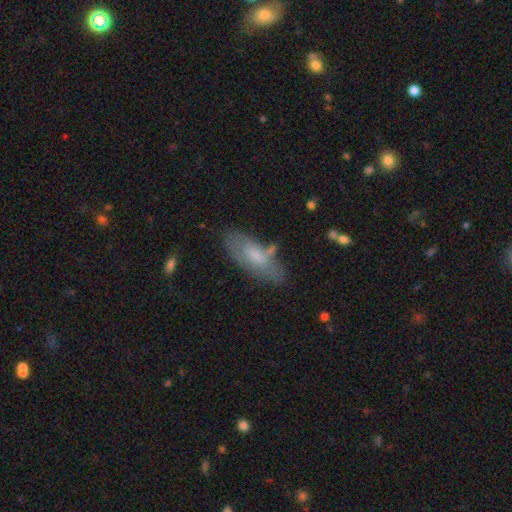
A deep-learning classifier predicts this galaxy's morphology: Overall: smooth (57%; featured or disk 36%). How rounded: in between (77%). Merging: none (60%; minor disturbance 24%).